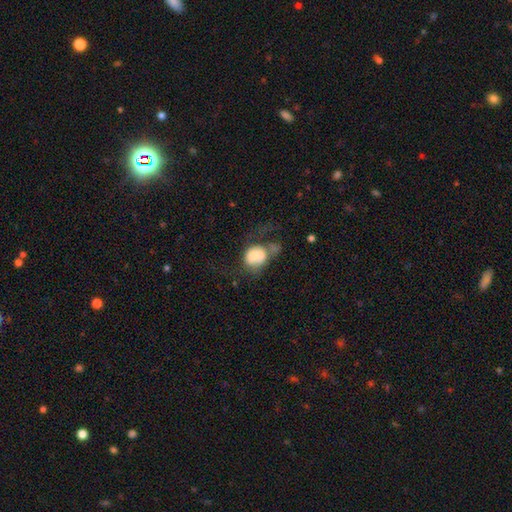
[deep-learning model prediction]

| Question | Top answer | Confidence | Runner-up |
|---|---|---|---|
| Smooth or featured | smooth | 64% | featured or disk (28%) |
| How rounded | in between | 51% | round (48%) |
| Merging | merger | 44% | major disturbance (22%) |